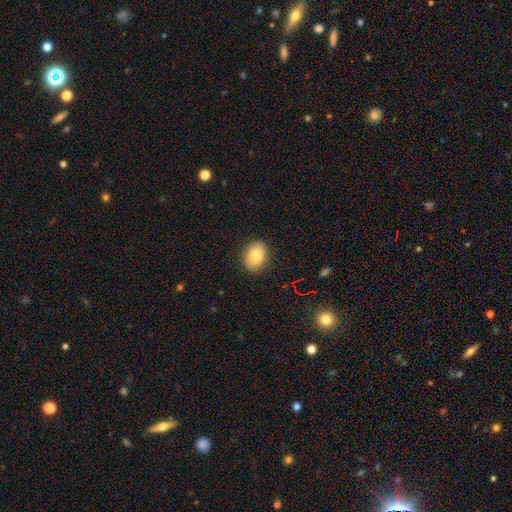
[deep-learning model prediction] smooth_or_featured: smooth (p=0.84) [alt: featured or disk p=0.08]
how_rounded: in between (p=0.68) [alt: round p=0.31]
merging: none (p=0.87) [alt: minor disturbance p=0.09]